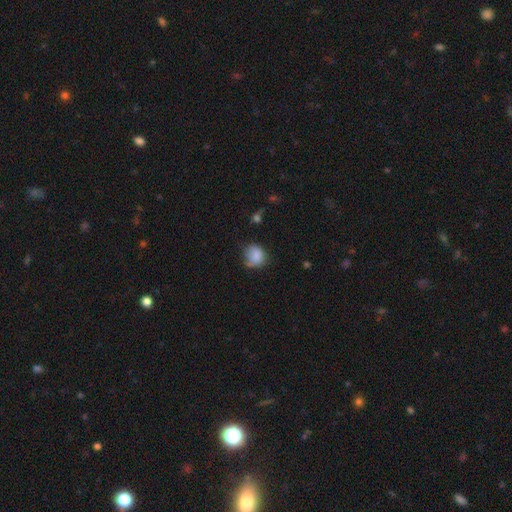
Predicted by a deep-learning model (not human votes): Smooth or featured? Predicted: smooth (p=0.82). How rounded? Predicted: round (p=0.69). Merging? Predicted: none (p=0.51).